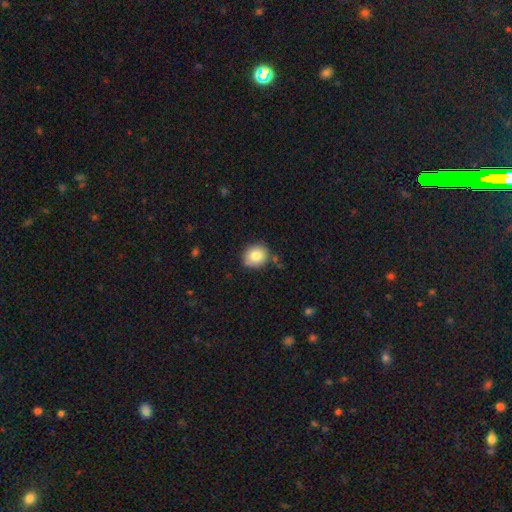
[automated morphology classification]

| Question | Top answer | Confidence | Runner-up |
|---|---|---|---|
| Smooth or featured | smooth | 82% | star or artifact (9%) |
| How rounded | round | 80% | in between (19%) |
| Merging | none | 80% | minor disturbance (14%) |